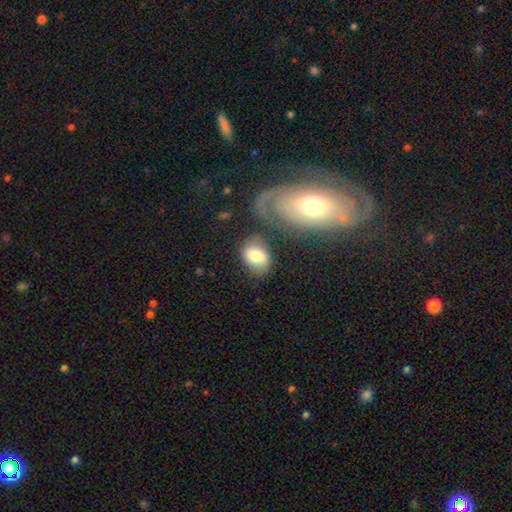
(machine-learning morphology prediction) type=smooth (70%); roundness=in between (67%); merging=none (59%).